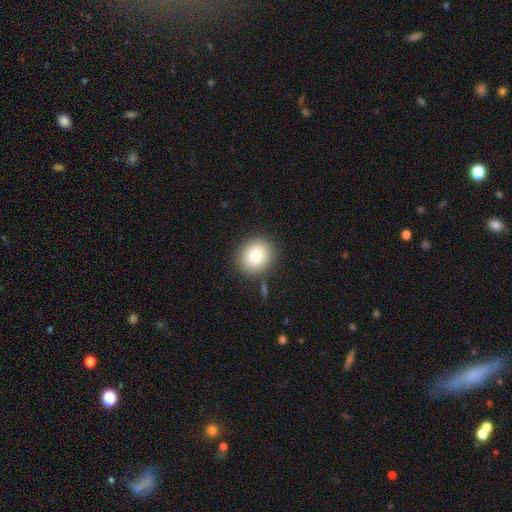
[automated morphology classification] smooth-or-featured: smooth: 82% | featured or disk: 9% | star or artifact: 9%
  how-rounded: round: 76% | in between: 23% | cigar-shaped: 1%
  merging: none: 84% | minor disturbance: 9% | major disturbance: 3% | merger: 3%